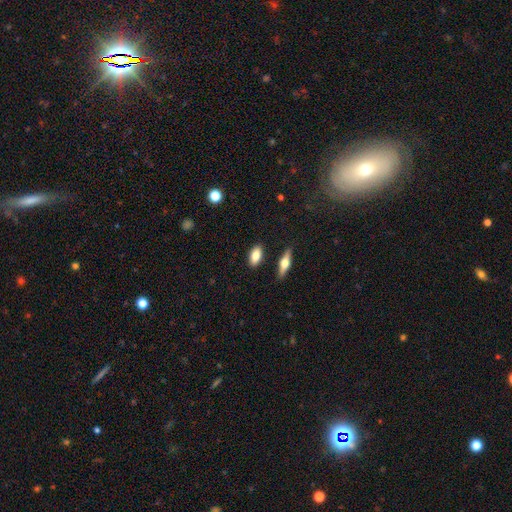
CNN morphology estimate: Overall: smooth (79%). How rounded: in between (87%). Merging: none (86%).